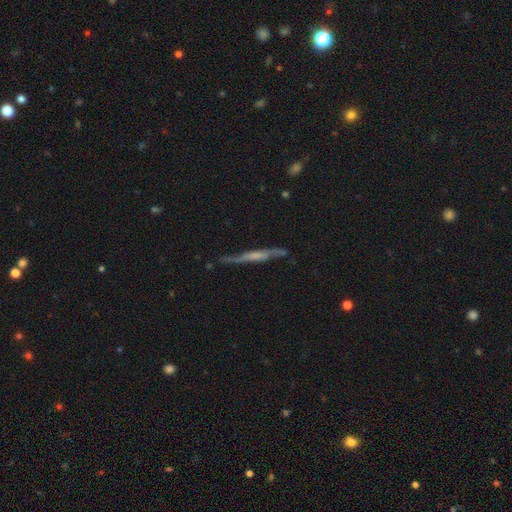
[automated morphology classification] featured or disk 69%, smooth 24%, star or artifact 7%. Down the decision tree: edge-on disk — yes (87%); edge-on bulge — none (46%); merging — none (68%).